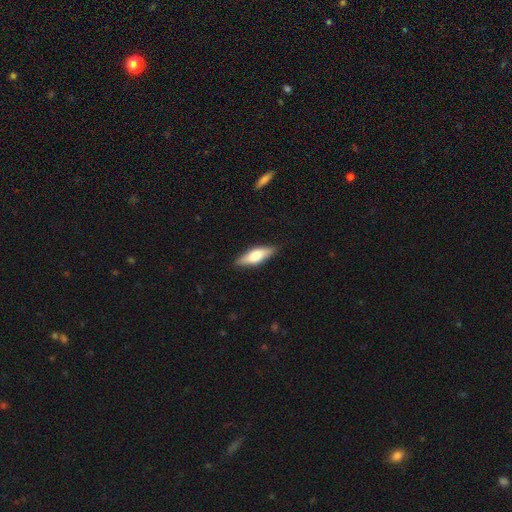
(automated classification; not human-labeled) Morphology: type=smooth (58%); roundness=in between (54%); merging=none (87%).